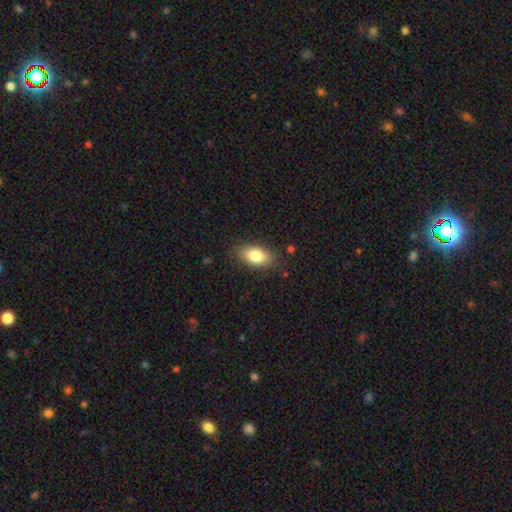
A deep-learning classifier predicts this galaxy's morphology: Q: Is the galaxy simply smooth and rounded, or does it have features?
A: smooth — 82%.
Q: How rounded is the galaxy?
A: in between — 91%.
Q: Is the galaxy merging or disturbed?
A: none — 82%.